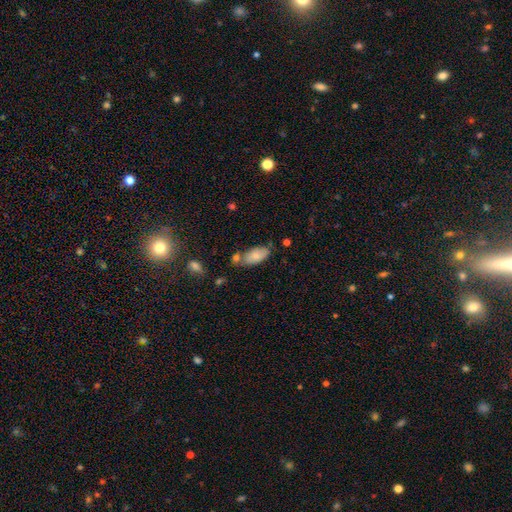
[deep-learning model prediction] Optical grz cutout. It shows a smooth galaxy with no disk features (80%) that is in between round and cigar-shaped (90%). Merging: none (59%).